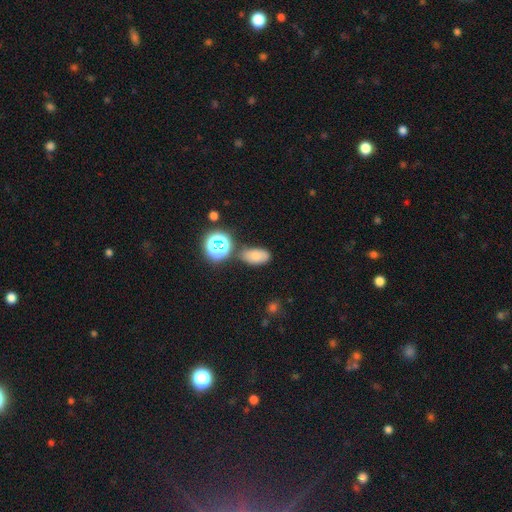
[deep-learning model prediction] The model was most divided on "smooth or featured": smooth: 69%, star or artifact: 20%, featured or disk: 11%. More confident: how rounded — in between (88%); merging — none (72%).